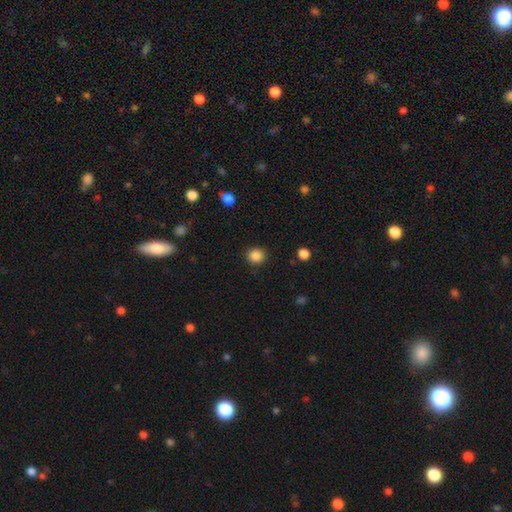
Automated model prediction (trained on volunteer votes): smooth-or-featured: smooth: 87% | star or artifact: 10% | featured or disk: 3%
  how-rounded: round: 85% | in between: 15% | cigar-shaped: 1%
  merging: none: 89% | minor disturbance: 7% | major disturbance: 3% | merger: 1%